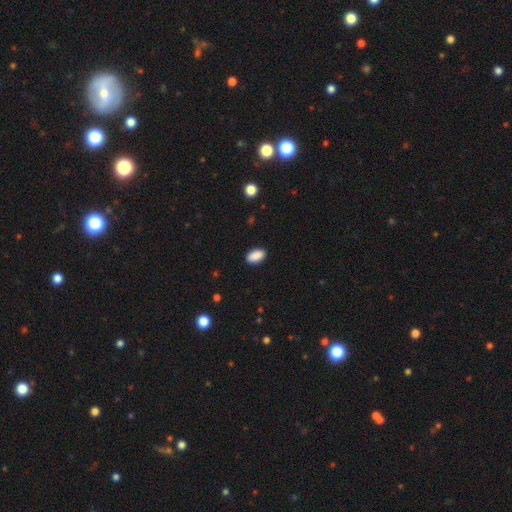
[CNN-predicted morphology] smooth_or_featured: smooth (p=0.90) [alt: star or artifact p=0.07]
how_rounded: in between (p=0.93) [alt: round p=0.04]
merging: none (p=0.89) [alt: minor disturbance p=0.08]